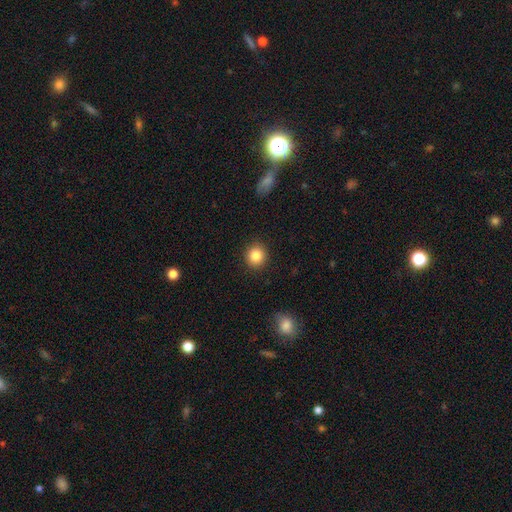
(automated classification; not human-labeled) Smooth or featured: smooth — 85% (star or artifact — 10%)
How rounded: round — 89% (in between — 10%)
Merging: none — 91% (minor disturbance — 6%)